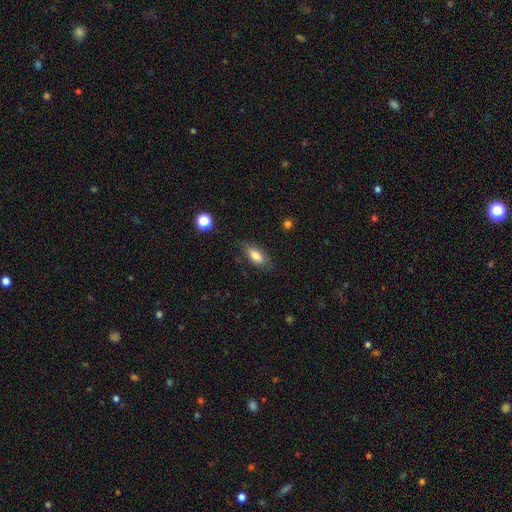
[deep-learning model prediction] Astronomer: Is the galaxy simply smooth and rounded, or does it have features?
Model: smooth — 78%.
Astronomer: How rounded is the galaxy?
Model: in between — 78%.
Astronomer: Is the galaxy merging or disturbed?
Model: none — 78%.